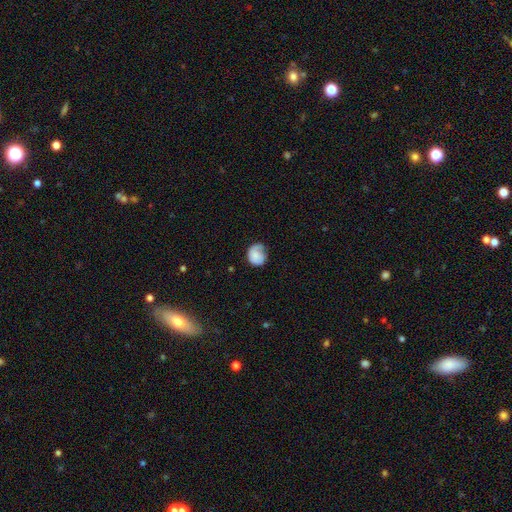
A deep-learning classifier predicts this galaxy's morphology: Q: Smooth or featured?
A: smooth (59%); runner-up: featured or disk (33%)
Q: How rounded?
A: round (68%); runner-up: in between (32%)
Q: Merging?
A: none (49%); runner-up: minor disturbance (31%)